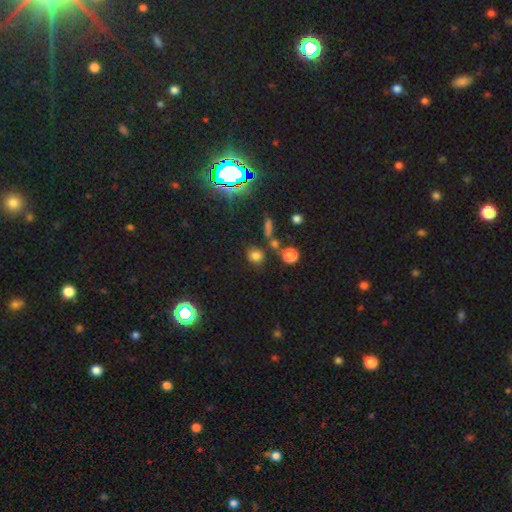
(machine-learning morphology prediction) A smooth galaxy with no disk features (71%) that is round (82%). Merging: none (74%).